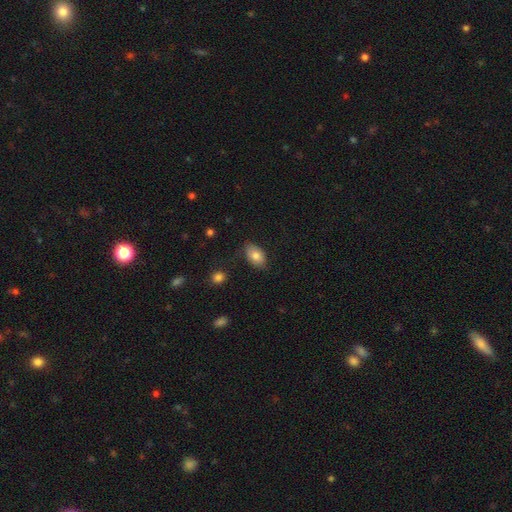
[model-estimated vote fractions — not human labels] Smooth or featured: smooth — 79% (featured or disk — 14%)
How rounded: in between — 90% (round — 8%)
Merging: none — 76% (minor disturbance — 19%)